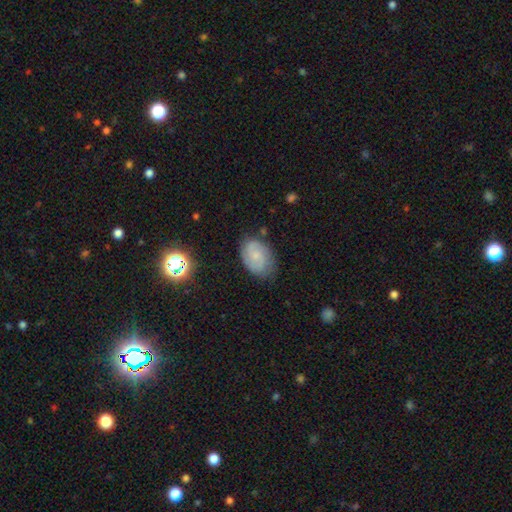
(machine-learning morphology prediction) Smooth or featured: featured or disk — 62% (smooth — 29%)
Edge-on disk: no — 97% (yes — 3%)
Bar: no — 61% (weak — 34%)
Spiral arms: yes — 92% (no — 8%)
Spiral winding: tight — 49% (medium — 40%)
Spiral arm count: 2 — 74% (can't tell — 15%)
Bulge size: small — 58% (moderate — 23%)
Merging: none — 75% (minor disturbance — 19%)